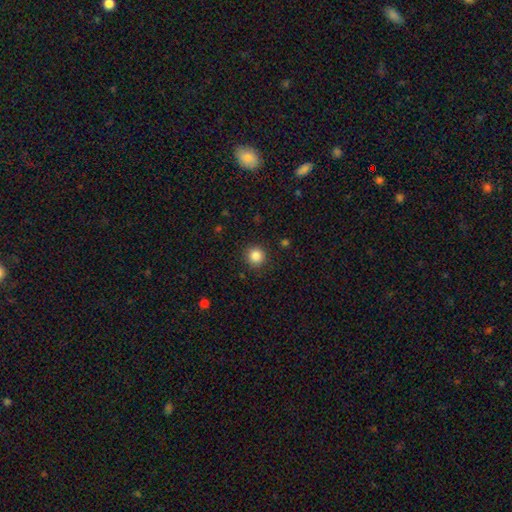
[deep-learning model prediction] Smooth or featured? Predicted: smooth (p=0.86). How rounded? Predicted: round (p=0.94). Merging? Predicted: none (p=0.90).